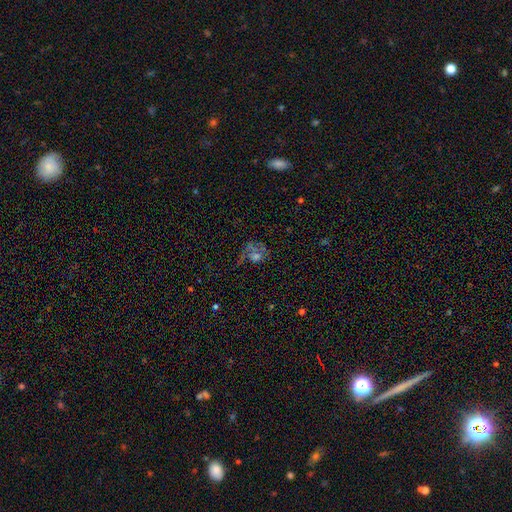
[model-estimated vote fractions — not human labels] Morphology: type=featured or disk (39%); merging=major disturbance (38%).